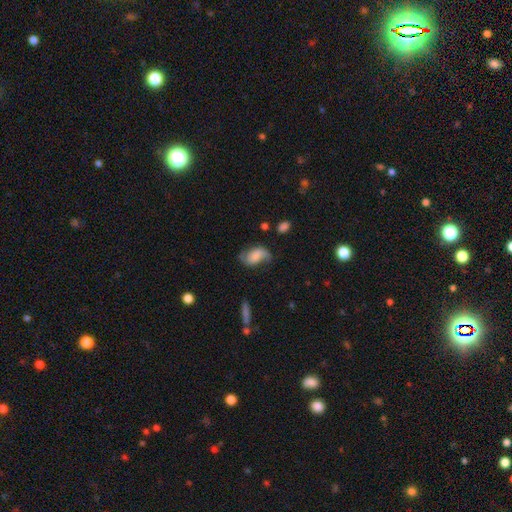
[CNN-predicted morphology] Q: Smooth or featured?
A: featured or disk (49%); runner-up: smooth (42%)
Q: Merging?
A: none (54%); runner-up: minor disturbance (29%)